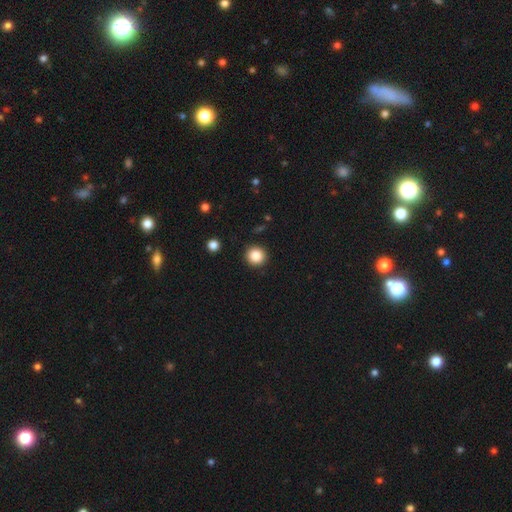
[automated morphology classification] The model was most divided on "smooth or featured": smooth: 86%, star or artifact: 10%, featured or disk: 4%. More confident: how rounded — round (94%); merging — none (91%).